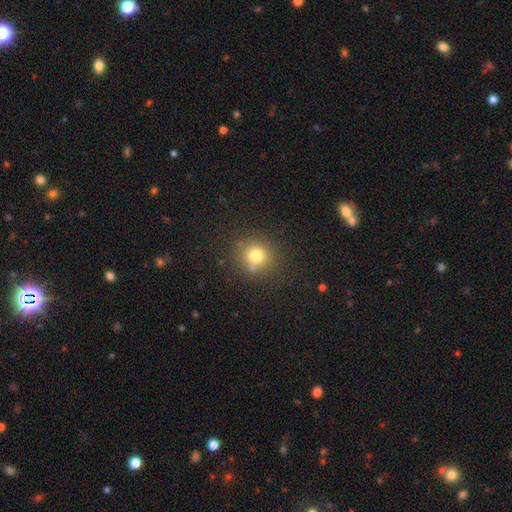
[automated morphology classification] Q: Smooth or featured?
A: smooth (74%); runner-up: star or artifact (16%)
Q: How rounded?
A: round (89%); runner-up: in between (10%)
Q: Merging?
A: none (77%); runner-up: minor disturbance (11%)